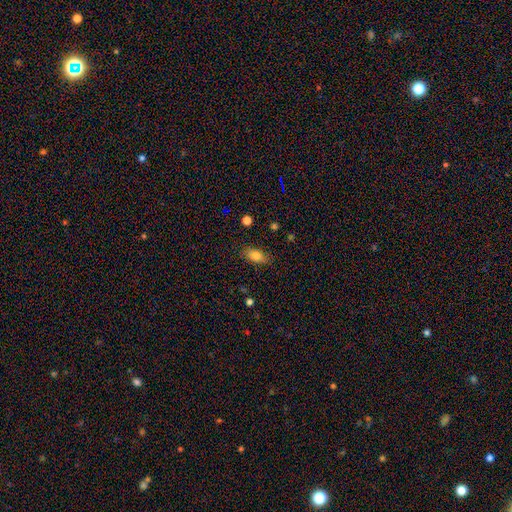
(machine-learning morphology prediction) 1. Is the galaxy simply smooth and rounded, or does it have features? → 82% smooth, 9% star or artifact, 9% featured or disk.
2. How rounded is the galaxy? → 87% in between, 7% cigar-shaped, 6% round.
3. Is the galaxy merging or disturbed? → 84% none, 12% minor disturbance, 3% major disturbance, 1% merger.